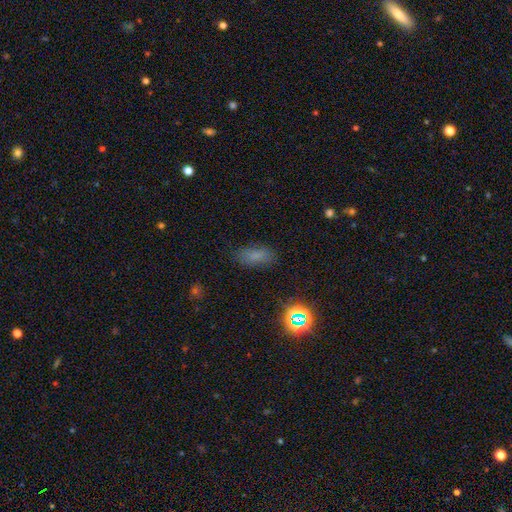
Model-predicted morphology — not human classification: The model was most divided on "smooth or featured": smooth: 74%, star or artifact: 18%, featured or disk: 8%. More confident: how rounded — in between (83%); merging — none (81%).